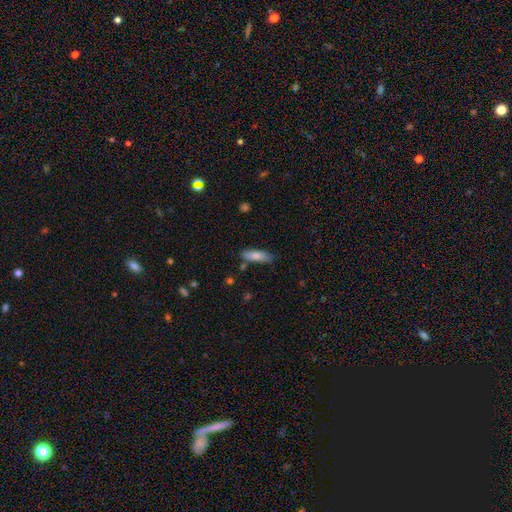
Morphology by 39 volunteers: A smooth galaxy with no disk features (87%) that is in between round and cigar-shaped (65%).

Vote fractions:
- Smooth or featured? smooth: 87% / featured or disk: 8% / star or artifact: 5%
- How rounded? in between: 65% / cigar-shaped: 35% / round: 0%
- Merging? none: 73% / minor disturbance: 16% / major disturbance: 5% / merger: 5%